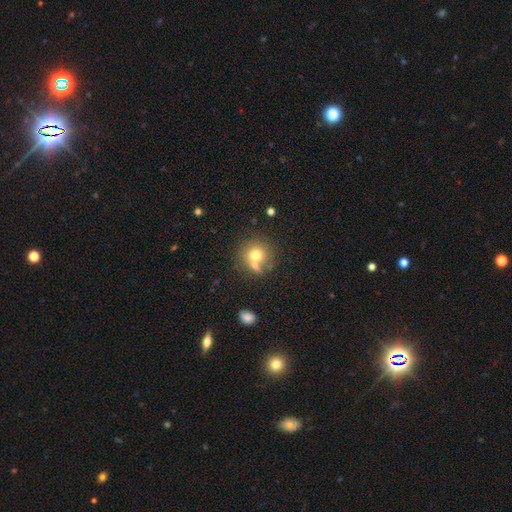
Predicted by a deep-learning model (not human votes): Smooth or featured? Predicted: smooth (p=0.71). How rounded? Predicted: round (p=0.88). Merging? Predicted: none (p=0.55).